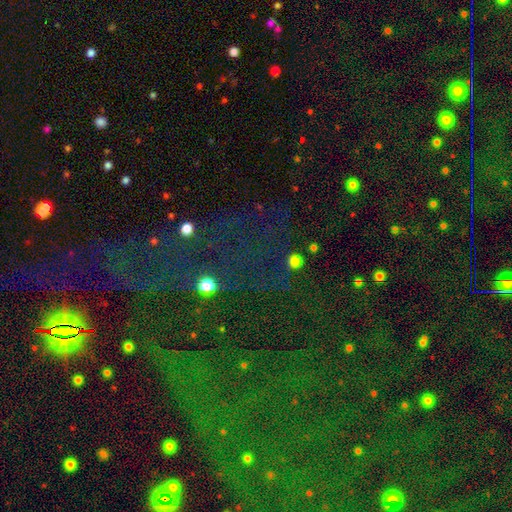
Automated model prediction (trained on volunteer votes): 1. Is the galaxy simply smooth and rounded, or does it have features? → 78% star or artifact, 13% smooth, 9% featured or disk.